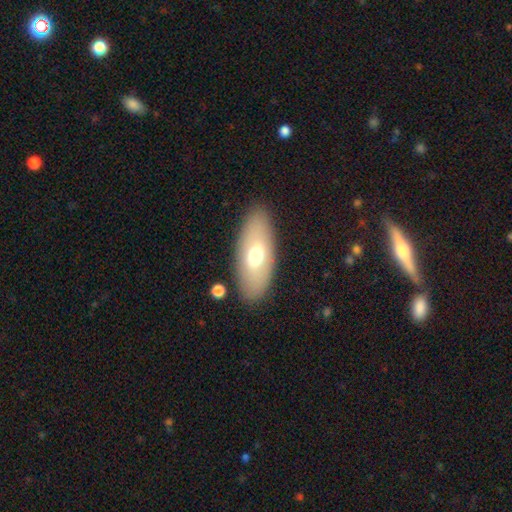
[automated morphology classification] Smooth or featured? Predicted: smooth (p=0.61). How rounded? Predicted: in between (p=0.86). Merging? Predicted: none (p=0.86).